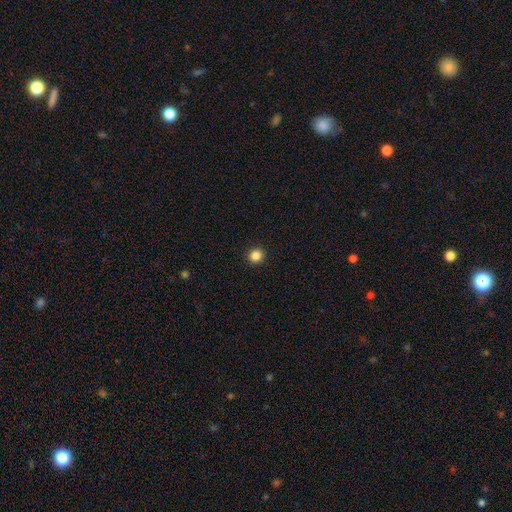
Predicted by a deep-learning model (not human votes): smooth 85%, star or artifact 12%, featured or disk 3%. Down the decision tree: how rounded — round (94%); merging — none (93%).